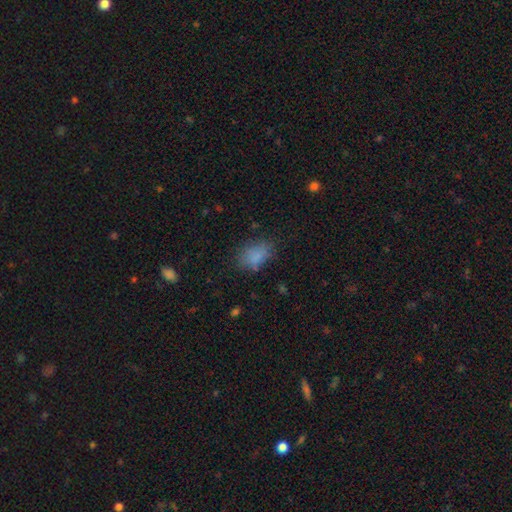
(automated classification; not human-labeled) This appears to be a smooth galaxy with no disk features (80%) that is in between round and cigar-shaped (85%). Merging: none (69%).